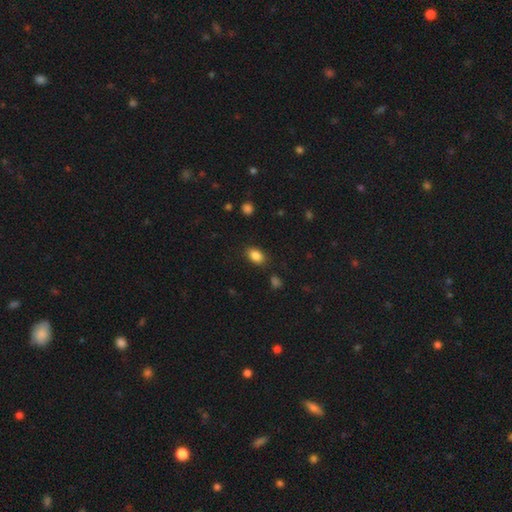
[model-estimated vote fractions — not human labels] Overall: smooth (85%). How rounded: in between (84%). Merging: none (84%).